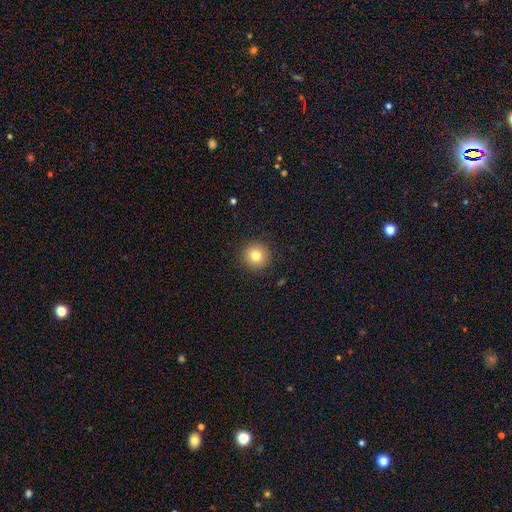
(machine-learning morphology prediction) This appears to be a smooth galaxy with no disk features (80%) that is round (95%). Merging: none (91%).